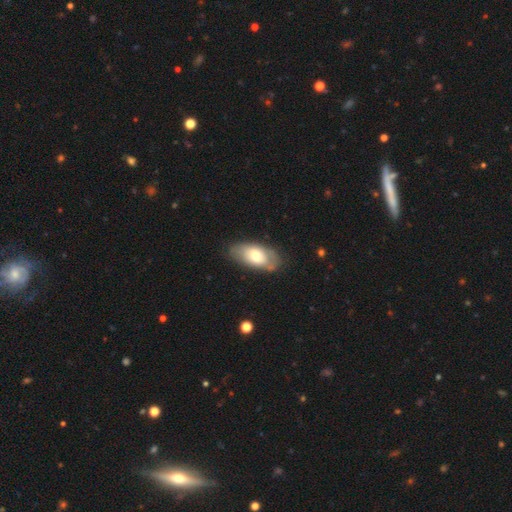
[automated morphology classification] A smooth galaxy with no disk features (56%) that is in between round and cigar-shaped (91%).

Vote fractions:
- Smooth or featured? smooth: 56% / featured or disk: 38% / star or artifact: 6%
- How rounded? in between: 91% / cigar-shaped: 5% / round: 4%
- Merging? none: 70% / minor disturbance: 21% / major disturbance: 7% / merger: 2%